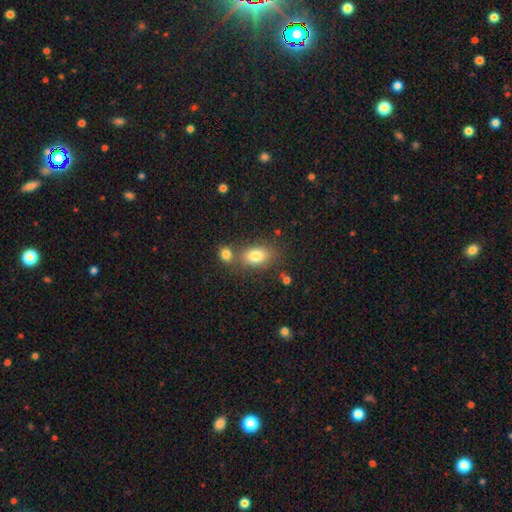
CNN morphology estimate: smooth-or-featured: smooth: 81% | featured or disk: 10% | star or artifact: 9%
  how-rounded: in between: 85% | round: 13% | cigar-shaped: 2%
  merging: none: 60% | merger: 24% | minor disturbance: 12% | major disturbance: 4%